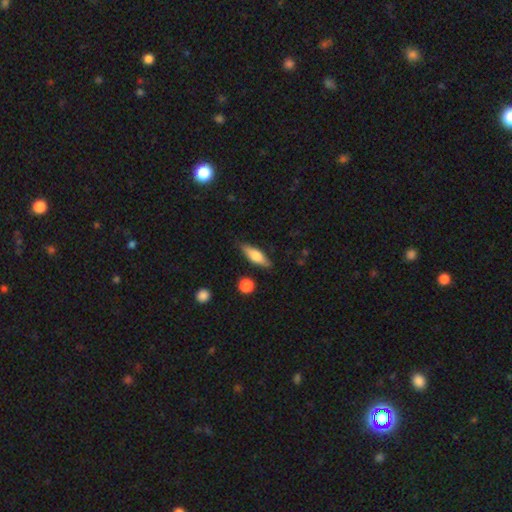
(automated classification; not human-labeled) Smooth or featured?
  - smooth: 65% *
  - featured or disk: 29%
  - star or artifact: 6%
How rounded?
  - in between: 50% *
  - cigar-shaped: 47%
  - round: 3%
Merging?
  - none: 83% *
  - minor disturbance: 12%
  - major disturbance: 3%
  - merger: 2%